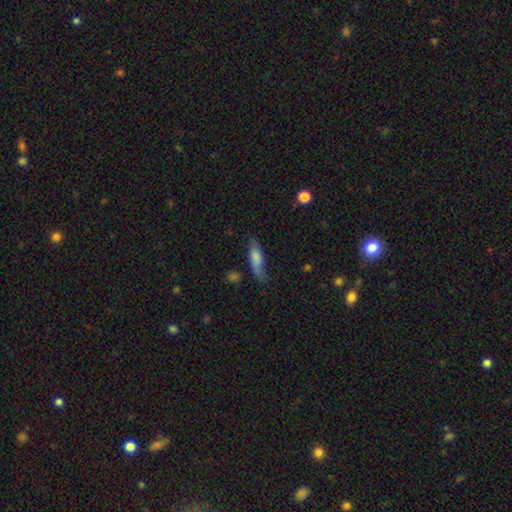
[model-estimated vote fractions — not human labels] This is likely a smooth galaxy (64%). How rounded: possibly cigar-shaped (51%). Merging: possibly none (58%).